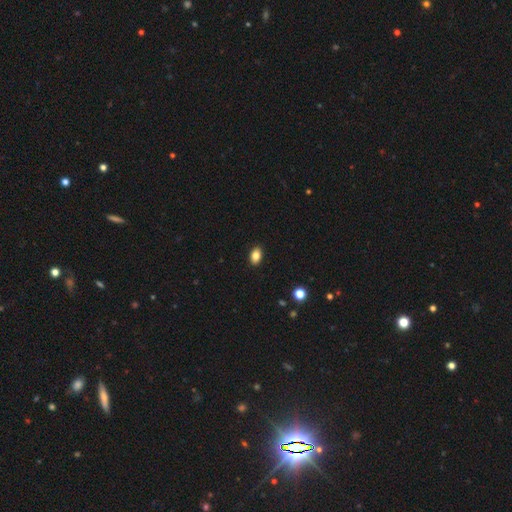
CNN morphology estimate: Smooth or featured? smooth (84%)
How rounded? in between (87%)
Merging? none (90%)